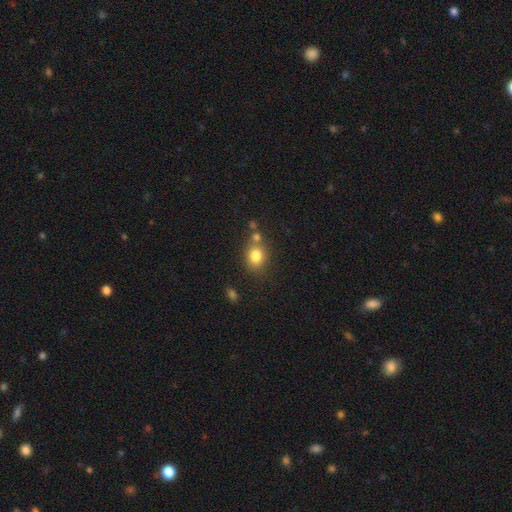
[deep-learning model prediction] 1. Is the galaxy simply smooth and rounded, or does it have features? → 80% smooth, 11% star or artifact, 9% featured or disk.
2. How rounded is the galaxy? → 61% round, 38% in between, 1% cigar-shaped.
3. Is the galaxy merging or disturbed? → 61% none, 20% merger, 14% minor disturbance, 5% major disturbance.